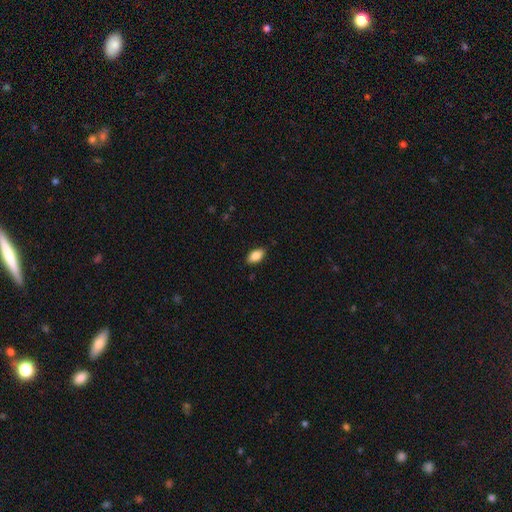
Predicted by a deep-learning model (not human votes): smooth_or_featured: smooth (p=0.85) [alt: featured or disk p=0.08]
how_rounded: in between (p=0.92) [alt: cigar-shaped p=0.04]
merging: none (p=0.87) [alt: minor disturbance p=0.10]